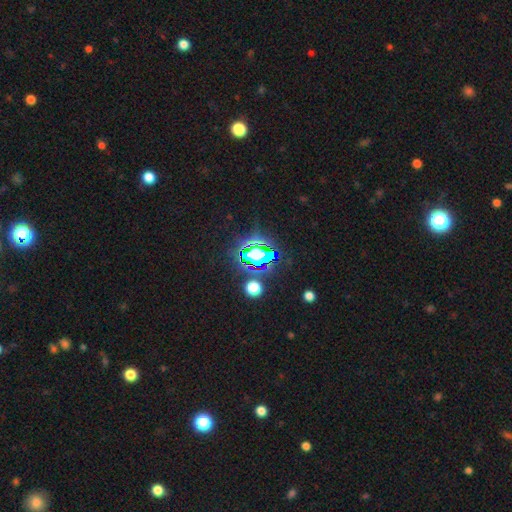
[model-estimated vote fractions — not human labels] This appears to be a star or artifact, not a galaxy (64%).